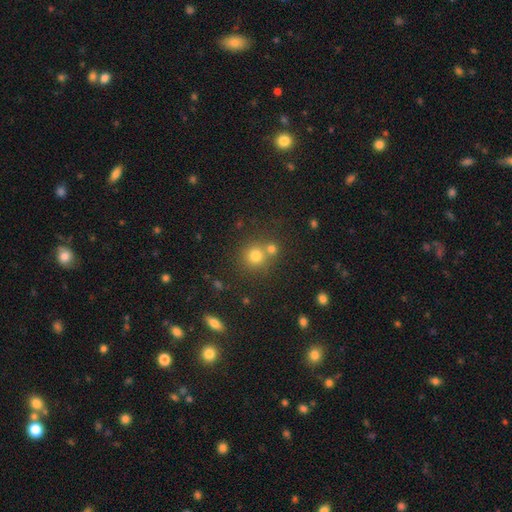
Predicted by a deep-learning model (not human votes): This appears to be a smooth galaxy with no disk features (74%) that is round (90%). Merging: none (64%).